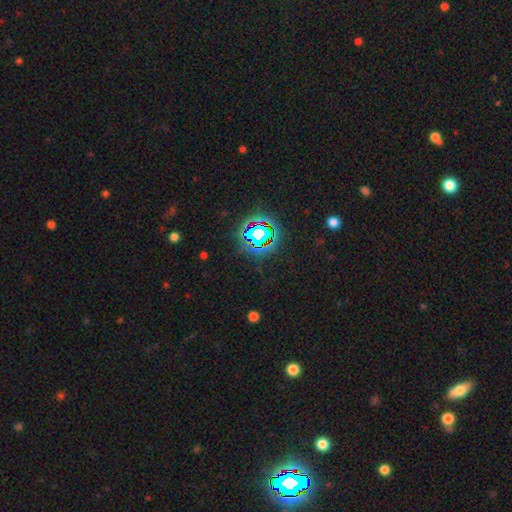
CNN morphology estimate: This is clearly a star or artifact rather than a galaxy (80%).